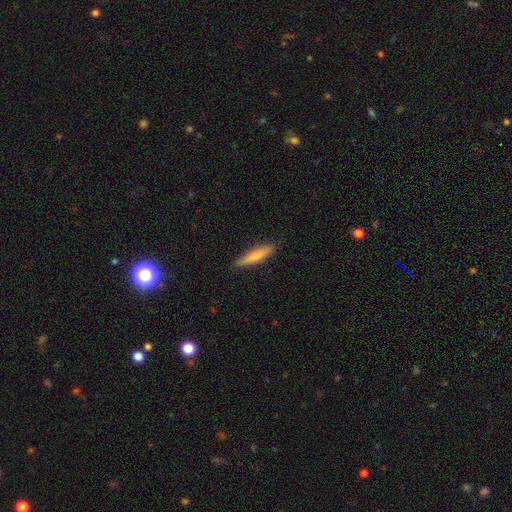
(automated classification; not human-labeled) Overall: smooth (72%). How rounded: cigar-shaped (84%). Merging: none (87%).